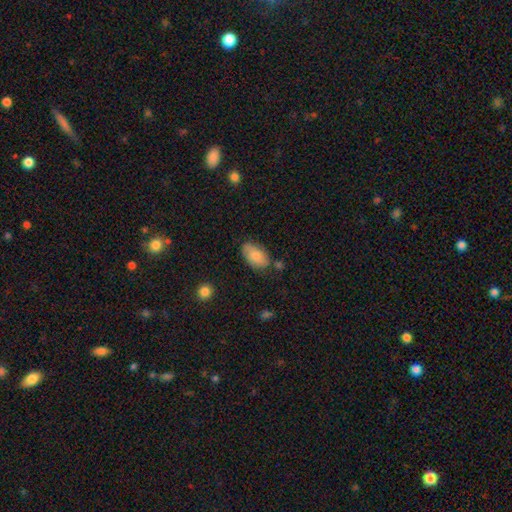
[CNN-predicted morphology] Smooth or featured?
  - smooth: 79% *
  - featured or disk: 15%
  - star or artifact: 7%
How rounded?
  - in between: 93% *
  - round: 5%
  - cigar-shaped: 2%
Merging?
  - none: 70% *
  - minor disturbance: 20%
  - merger: 5%
  - major disturbance: 4%